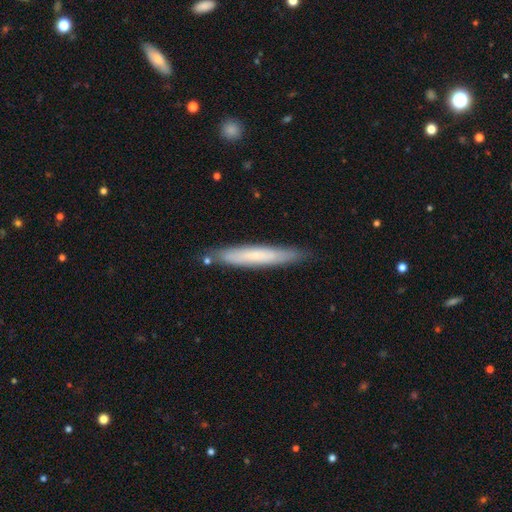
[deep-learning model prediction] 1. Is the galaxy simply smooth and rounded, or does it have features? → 62% smooth, 32% featured or disk, 6% star or artifact.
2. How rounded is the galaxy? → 94% cigar-shaped, 5% in between, 1% round.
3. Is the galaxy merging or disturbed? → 82% none, 13% minor disturbance, 3% merger, 2% major disturbance.